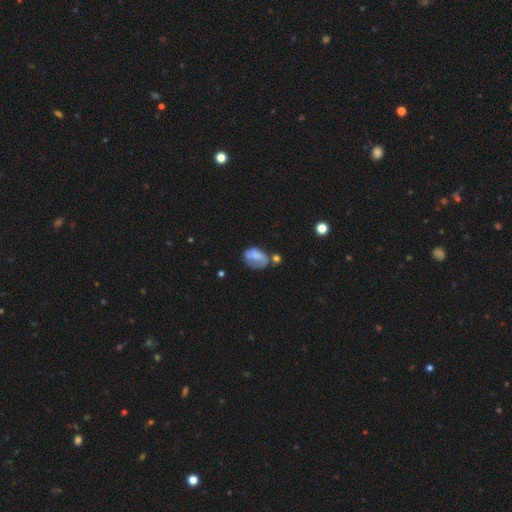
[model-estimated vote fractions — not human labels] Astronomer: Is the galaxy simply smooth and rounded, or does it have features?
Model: smooth — 63%.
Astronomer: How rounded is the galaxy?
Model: in between — 78%.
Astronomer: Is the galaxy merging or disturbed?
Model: none — 33% (runner-up: minor disturbance, 30%).